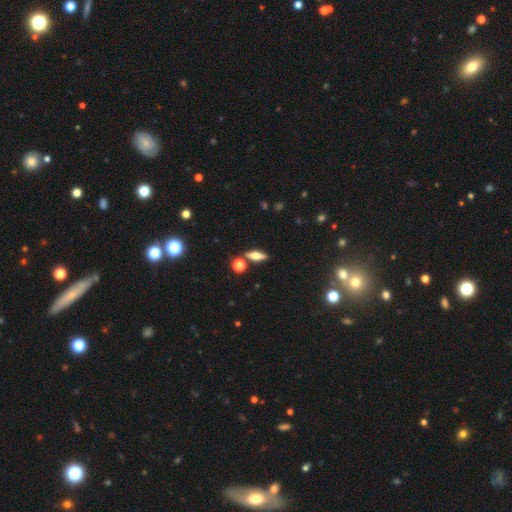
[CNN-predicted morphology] smooth_or_featured: smooth (p=0.46) [alt: featured or disk p=0.44]
merging: none (p=0.79) [alt: minor disturbance p=0.10]